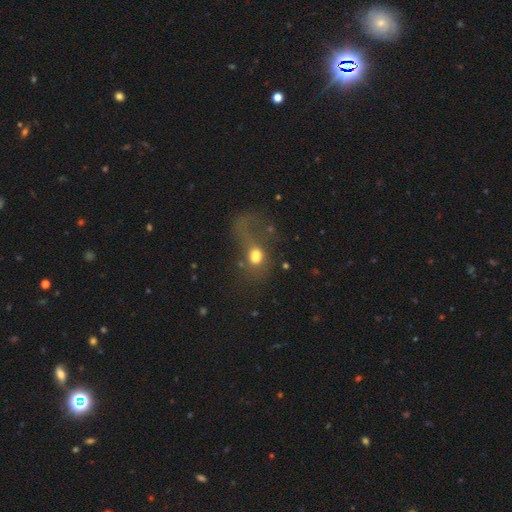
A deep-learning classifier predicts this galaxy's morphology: Smooth or featured? smooth (60%)
How rounded? in between (56%)
Merging? major disturbance (59%)